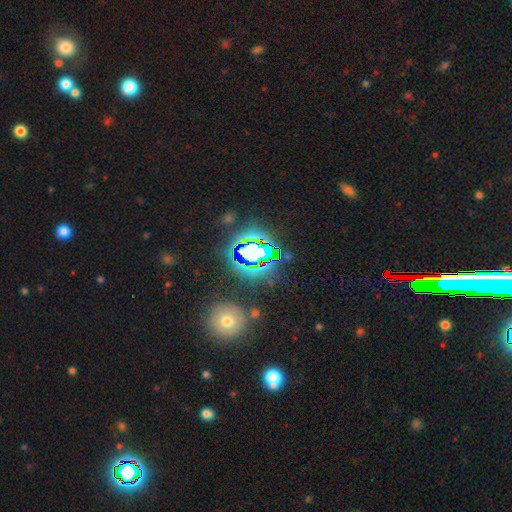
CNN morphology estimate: A star or artifact, not a galaxy (77%).

Vote fractions:
- Smooth or featured? star or artifact: 77% / smooth: 13% / featured or disk: 10%